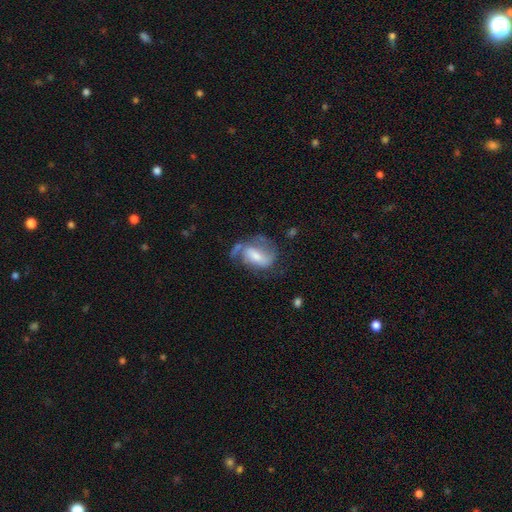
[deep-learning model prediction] This is likely a featured or disk galaxy (62%). It is clearly not viewed edge-on (95%). Bar: marginally weak (42%). Spiral arm pattern: likely yes (80%). Central bulge: marginally moderate (42%). Merging: marginally none (40%).